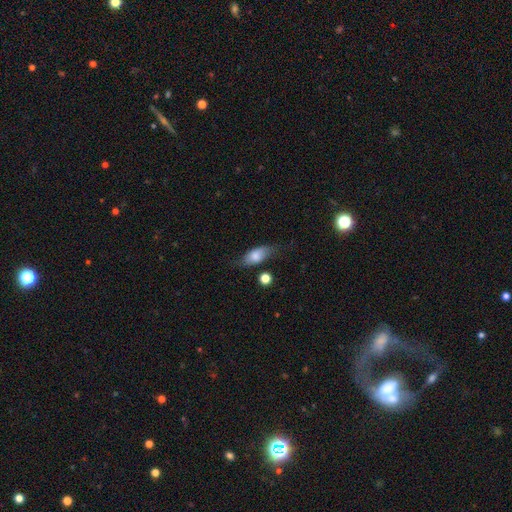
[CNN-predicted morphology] smooth_or_featured: smooth (p=0.71) [alt: featured or disk p=0.22]
how_rounded: in between (p=0.77) [alt: cigar-shaped p=0.16]
merging: none (p=0.65) [alt: minor disturbance p=0.23]